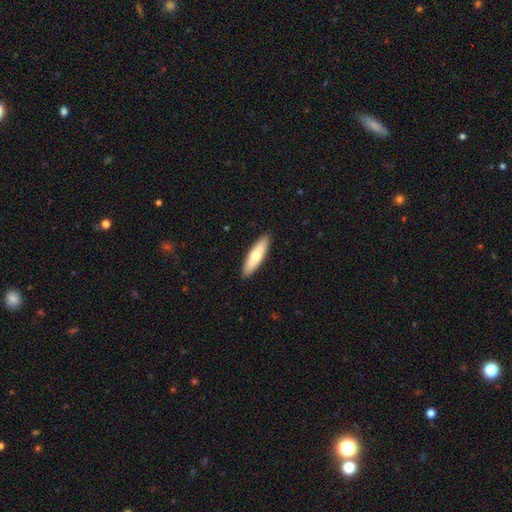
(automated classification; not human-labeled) Smooth or featured: smooth — 68% (featured or disk — 27%)
How rounded: cigar-shaped — 69% (in between — 29%)
Merging: none — 91% (minor disturbance — 6%)